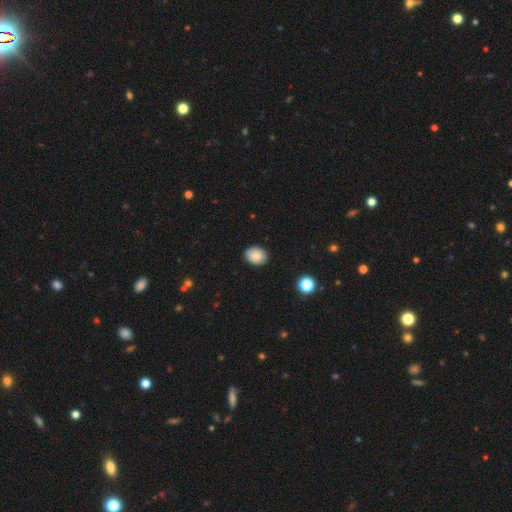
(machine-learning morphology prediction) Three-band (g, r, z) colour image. It shows a smooth galaxy with no disk features (86%) that is in between round and cigar-shaped (53%). Merging: none (88%).